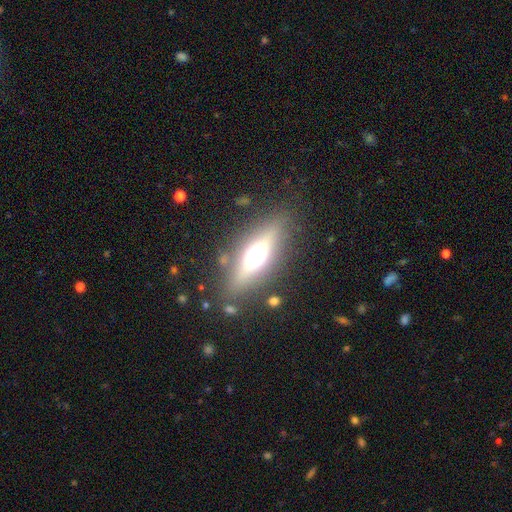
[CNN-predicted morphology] featured or disk 53%, smooth 35%, star or artifact 12%. Down the decision tree: edge-on disk — yes (84%); merging — none (82%).